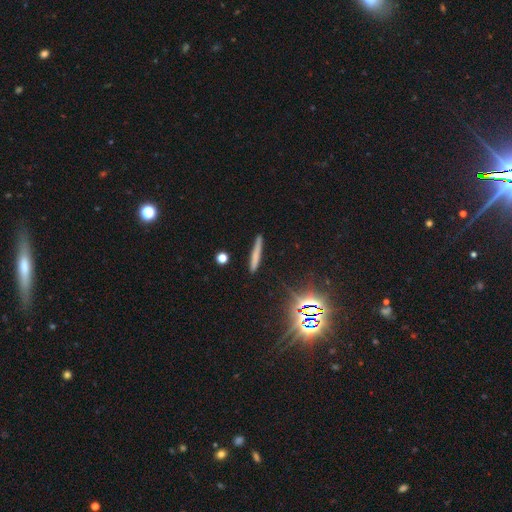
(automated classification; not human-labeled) Q: Smooth or featured?
A: smooth (64%); runner-up: featured or disk (22%)
Q: How rounded?
A: cigar-shaped (95%); runner-up: in between (3%)
Q: Merging?
A: none (88%); runner-up: minor disturbance (9%)